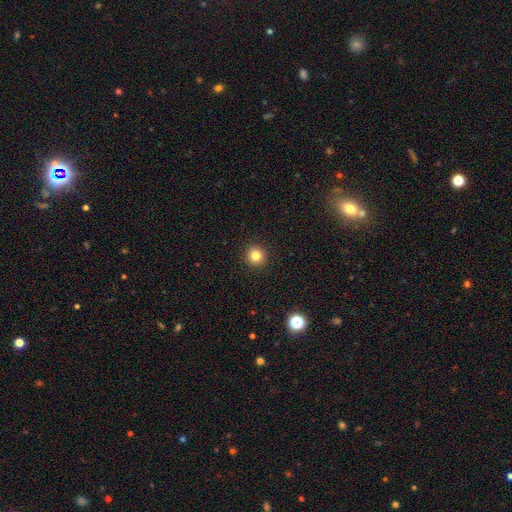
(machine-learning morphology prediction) Smooth or featured? Predicted: smooth (p=0.81). How rounded? Predicted: round (p=0.94). Merging? Predicted: none (p=0.93).